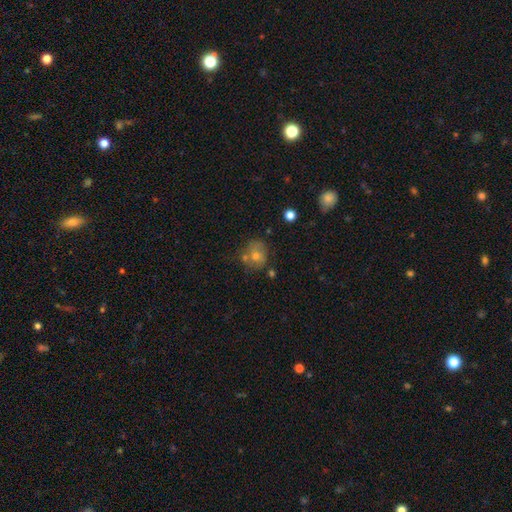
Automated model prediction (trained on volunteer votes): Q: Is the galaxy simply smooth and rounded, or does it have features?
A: smooth — 56%.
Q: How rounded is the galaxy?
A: round — 78%.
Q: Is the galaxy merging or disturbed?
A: none — 62%.